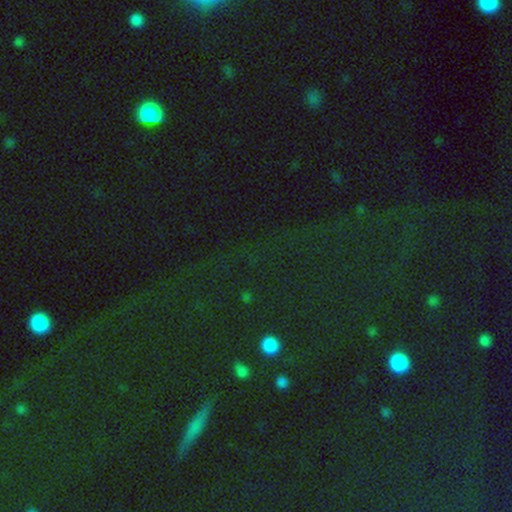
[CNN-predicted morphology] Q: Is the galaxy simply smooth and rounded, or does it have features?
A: star or artifact — 75%.